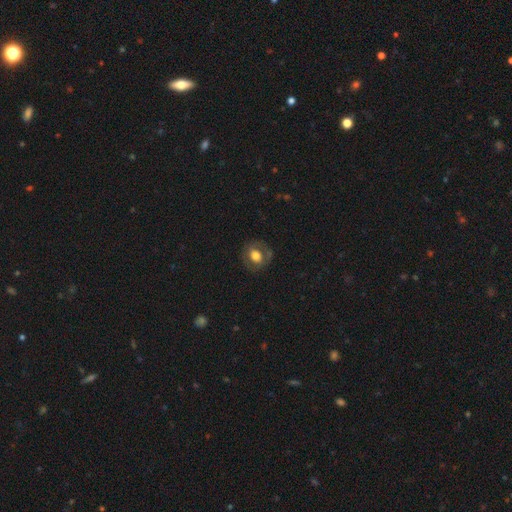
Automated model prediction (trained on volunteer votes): Smooth or featured: smooth — 58% (featured or disk — 34%)
How rounded: round — 66% (in between — 32%)
Merging: none — 76% (minor disturbance — 15%)